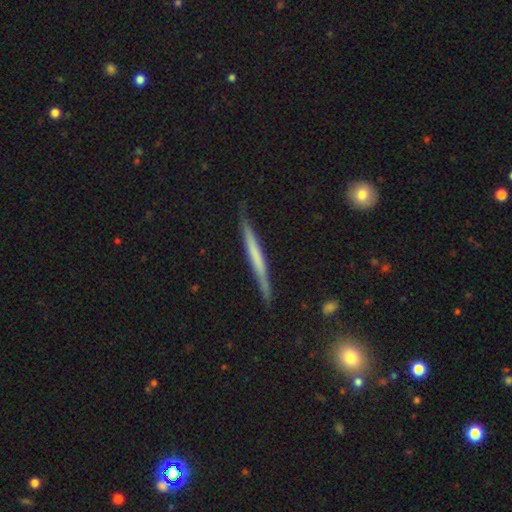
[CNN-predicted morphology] The model was most divided on "smooth or featured": featured or disk: 51%, smooth: 43%, star or artifact: 6%. More confident: edge-on disk — yes (96%); merging — none (83%).